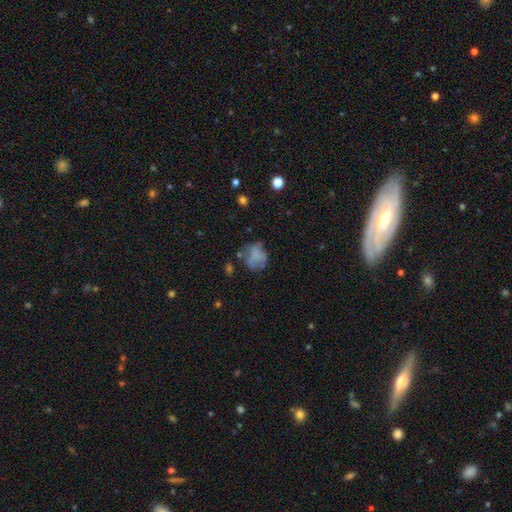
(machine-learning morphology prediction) type=smooth (61%); roundness=round (64%); merging=none (49%).